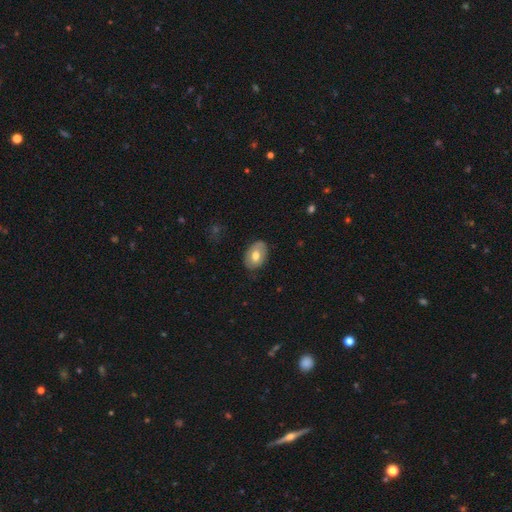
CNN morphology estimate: Smooth or featured?
  - smooth: 61% *
  - featured or disk: 33%
  - star or artifact: 7%
How rounded?
  - in between: 86% *
  - round: 13%
  - cigar-shaped: 1%
Merging?
  - none: 78% *
  - minor disturbance: 17%
  - major disturbance: 4%
  - merger: 1%